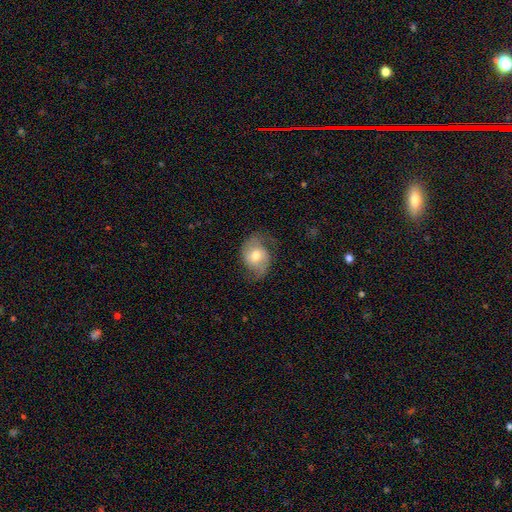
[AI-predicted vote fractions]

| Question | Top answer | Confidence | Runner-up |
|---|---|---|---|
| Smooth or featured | featured or disk | 60% | smooth (33%) |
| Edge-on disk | no | 96% | yes (4%) |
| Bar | no | 59% | weak (32%) |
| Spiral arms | yes | 85% | no (15%) |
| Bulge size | moderate | 70% | small (20%) |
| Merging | none | 63% | minor disturbance (23%) |